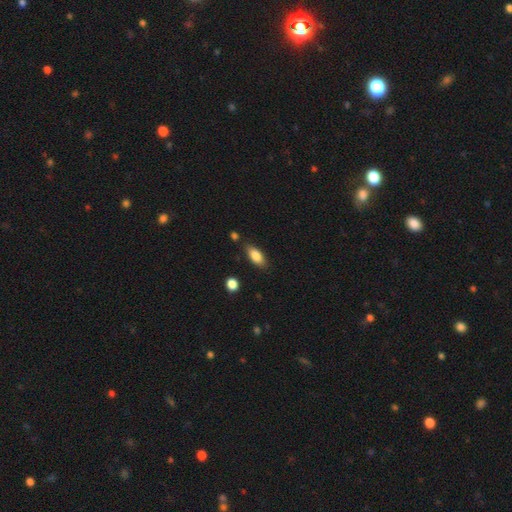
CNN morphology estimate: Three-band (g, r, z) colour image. It shows a smooth galaxy with no disk features (84%) that is in between round and cigar-shaped (84%). Merging: none (81%).